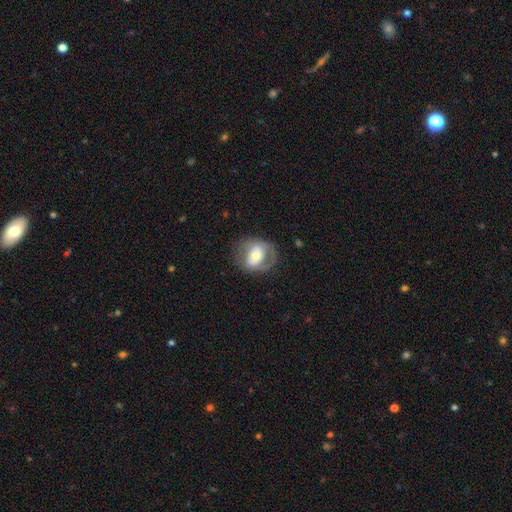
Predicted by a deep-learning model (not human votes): featured or disk 53%, smooth 40%, star or artifact 7%. Down the decision tree: edge-on disk — no (94%); merging — none (62%).